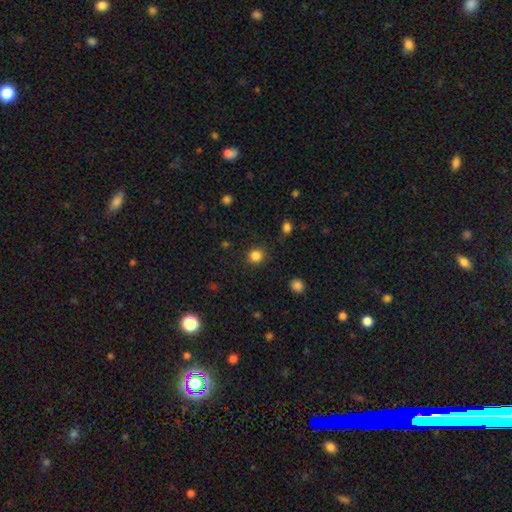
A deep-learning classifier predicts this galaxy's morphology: A smooth galaxy with no disk features (84%) that is round (93%). Merging: none (89%).